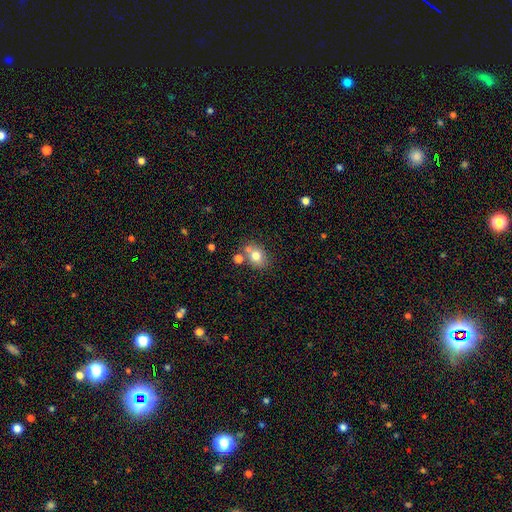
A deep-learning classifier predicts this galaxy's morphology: Smooth or featured: smooth — 75% (featured or disk — 13%)
How rounded: round — 57% (in between — 42%)
Merging: none — 60% (merger — 24%)